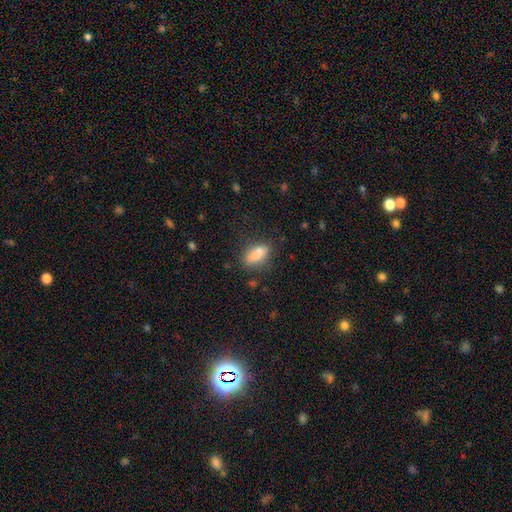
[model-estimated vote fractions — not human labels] The model was most divided on "how rounded": in between: 68%, cigar-shaped: 28%, round: 4%. More confident: smooth or featured — smooth (80%); merging — none (69%).